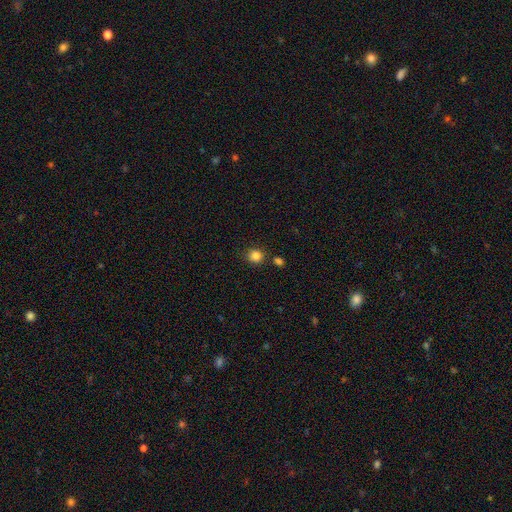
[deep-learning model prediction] Smooth or featured? Predicted: smooth (p=0.84). How rounded? Predicted: round (p=0.88). Merging? Predicted: none (p=0.83).